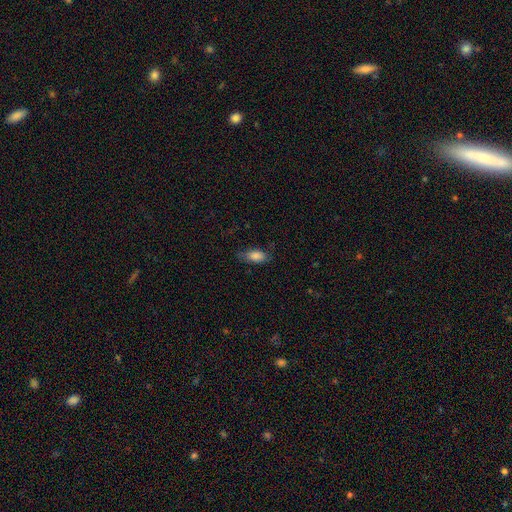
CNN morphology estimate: Smooth or featured: smooth — 82% (featured or disk — 10%)
How rounded: in between — 84% (cigar-shaped — 13%)
Merging: none — 68% (minor disturbance — 24%)